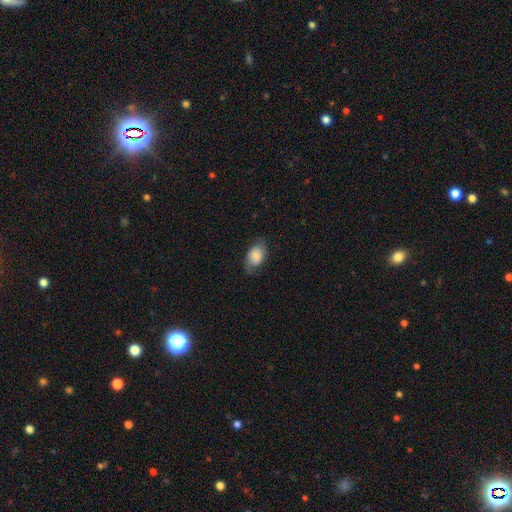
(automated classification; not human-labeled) The model was most divided on "merging": none: 69%, minor disturbance: 23%, major disturbance: 7%, merger: 1%. More confident: how rounded — in between (86%); smooth or featured — smooth (77%).